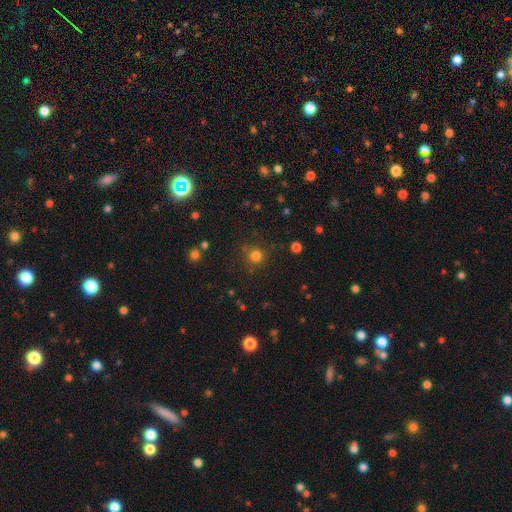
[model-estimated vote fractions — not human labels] Smooth or featured? Predicted: smooth (p=0.80). How rounded? Predicted: round (p=0.94). Merging? Predicted: none (p=0.83).